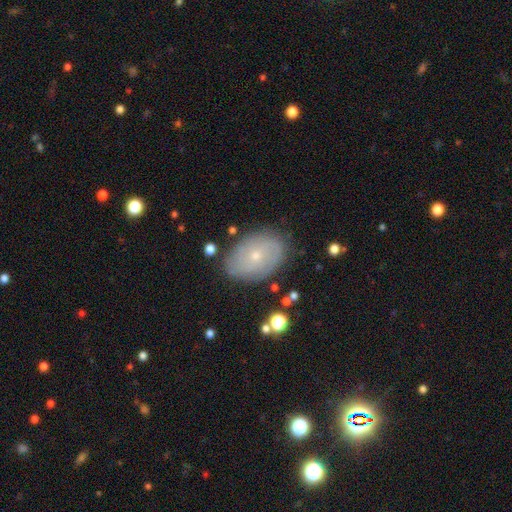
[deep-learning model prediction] Morphology: type=featured or disk (51%); edge-on=no (94%); merging=none (82%).